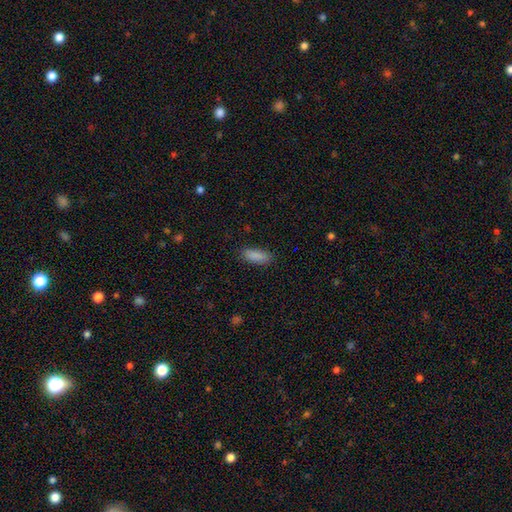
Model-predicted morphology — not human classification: This appears to be a smooth galaxy with no disk features (89%) that is in between round and cigar-shaped (75%). Merging: none (87%).